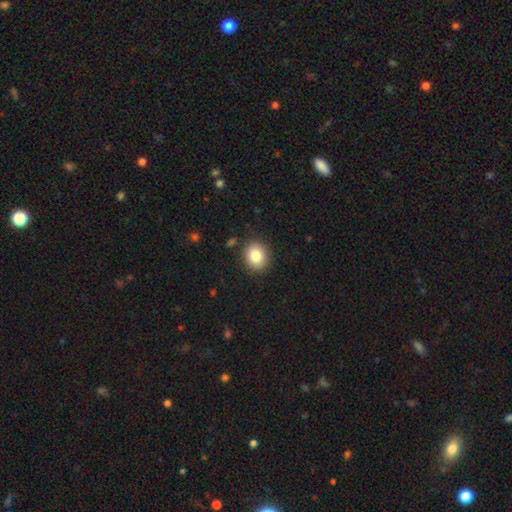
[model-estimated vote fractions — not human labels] Smooth or featured?
  - smooth: 86% *
  - star or artifact: 9%
  - featured or disk: 6%
How rounded?
  - round: 60% *
  - in between: 39%
  - cigar-shaped: 1%
Merging?
  - none: 88% *
  - minor disturbance: 8%
  - major disturbance: 2%
  - merger: 2%